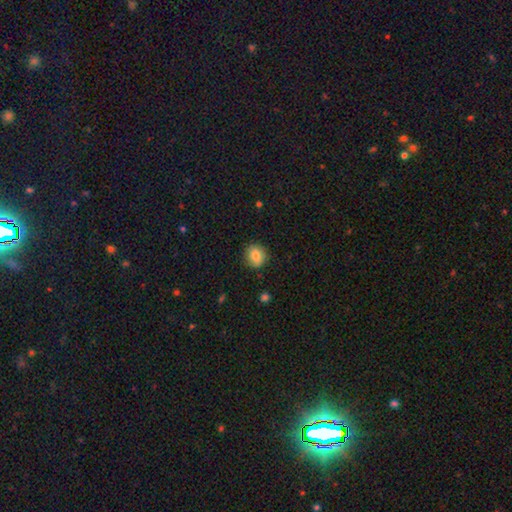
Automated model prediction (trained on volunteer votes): The model was most divided on "how rounded": round: 77%, in between: 22%, cigar-shaped: 1%. More confident: merging — none (86%); smooth or featured — smooth (82%).